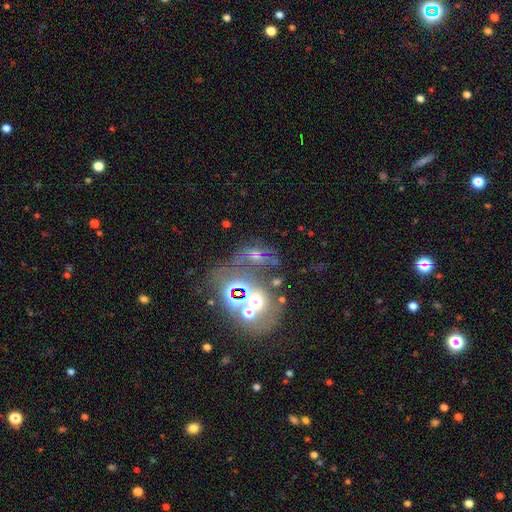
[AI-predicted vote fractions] This appears to be a star or artifact, not a galaxy (42%).